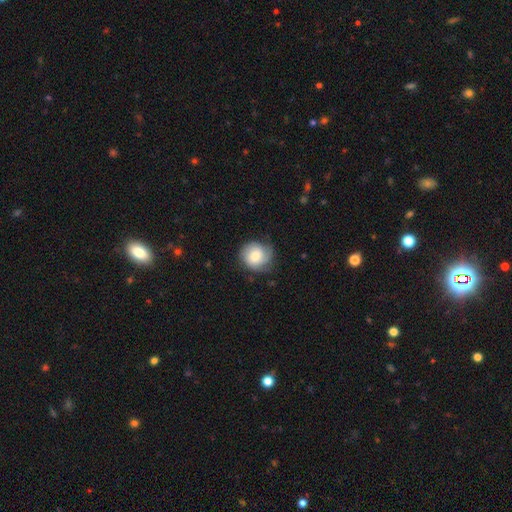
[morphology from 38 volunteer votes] Q: Smooth or featured?
A: featured or disk (47%); runner-up: smooth (45%)
Q: Edge-on disk?
A: no (100%)
Q: Bar?
A: no (72%); runner-up: weak (22%)
Q: Spiral arms?
A: yes (94%); runner-up: no (6%)
Q: Spiral winding?
A: tight (47%); runner-up: medium (35%)
Q: Spiral arm count?
A: 3 (47%); runner-up: 2 (24%)
Q: Bulge size?
A: moderate (67%); runner-up: large (17%)
Q: Merging?
A: none (63%); runner-up: minor disturbance (29%)